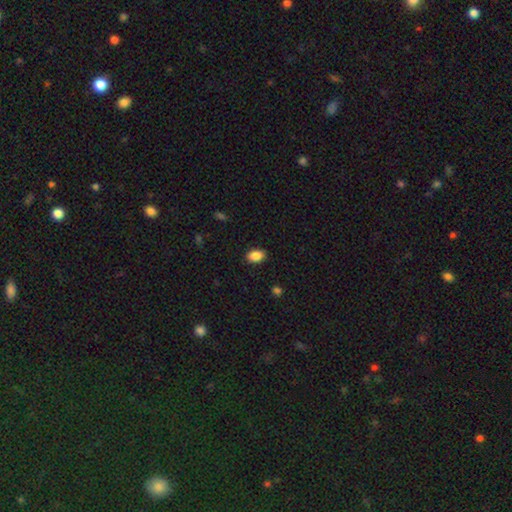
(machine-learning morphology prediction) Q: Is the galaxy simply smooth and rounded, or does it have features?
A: smooth — 88%.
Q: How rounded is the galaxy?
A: in between — 88%.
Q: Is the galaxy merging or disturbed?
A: none — 88%.